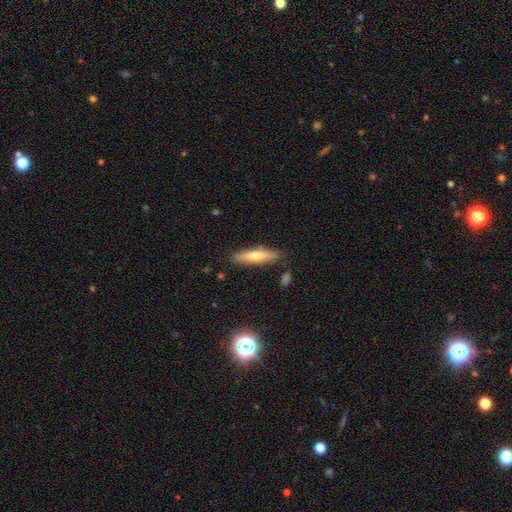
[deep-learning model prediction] The model was most divided on "smooth or featured": smooth: 49%, featured or disk: 43%, star or artifact: 8%. More confident: merging — none (87%).